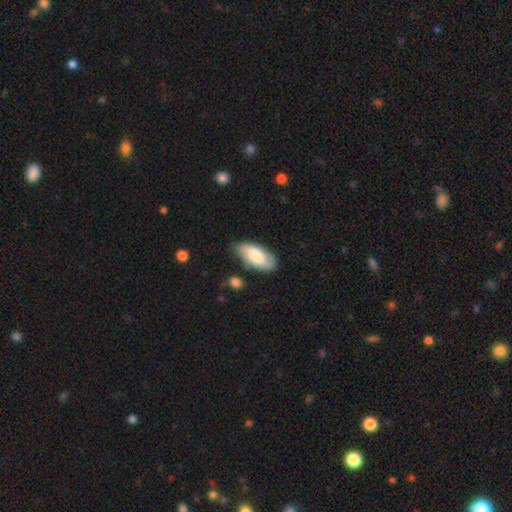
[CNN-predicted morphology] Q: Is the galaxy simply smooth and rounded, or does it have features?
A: smooth — 70%.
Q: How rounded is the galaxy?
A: in between — 91%.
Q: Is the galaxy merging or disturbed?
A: none — 74%.